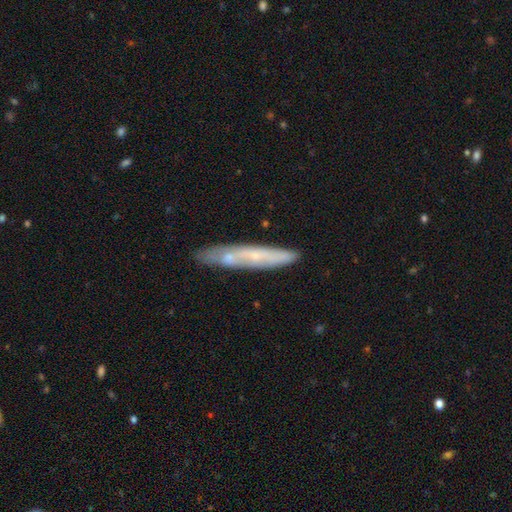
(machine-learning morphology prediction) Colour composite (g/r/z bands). It shows a featured or disk galaxy (51%) viewed edge-on (64%). Merging: none (77%).